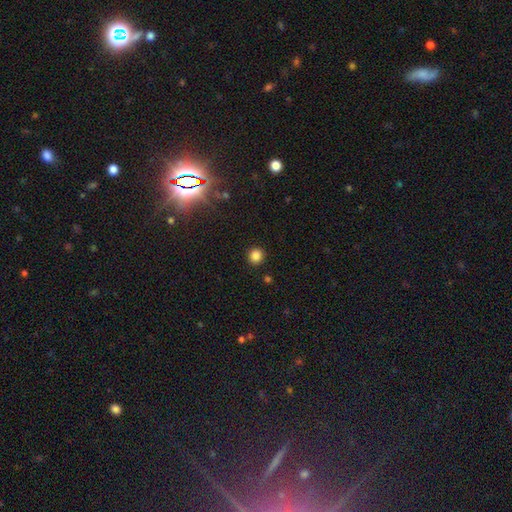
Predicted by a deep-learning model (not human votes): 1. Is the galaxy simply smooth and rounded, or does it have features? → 83% smooth, 13% star or artifact, 4% featured or disk.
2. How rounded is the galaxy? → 92% round, 7% in between, 1% cigar-shaped.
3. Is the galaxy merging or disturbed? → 92% none, 5% minor disturbance, 2% major disturbance, 1% merger.